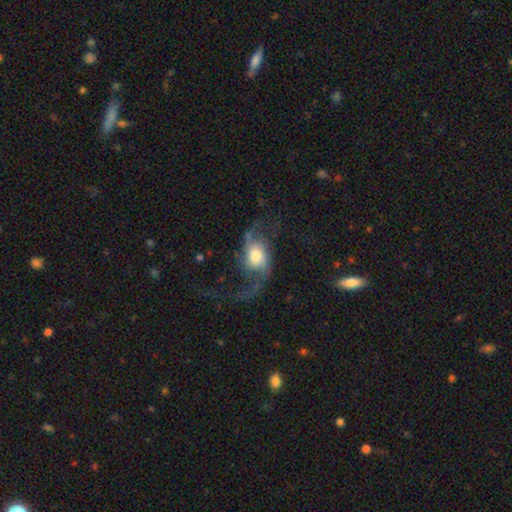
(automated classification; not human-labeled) A featured or disk galaxy (76%) with no bar (62%), 2 (84%) loose (76%) spiral arms (92%) and a moderate central bulge (42%).

Vote fractions:
- Smooth or featured? featured or disk: 76% / smooth: 17% / star or artifact: 7%
- Edge-on disk? no: 96% / yes: 4%
- Bar? no: 62% / weak: 30% / strong: 8%
- Spiral arms? yes: 92% / no: 8%
- Spiral winding? loose: 76% / medium: 20% / tight: 4%
- Spiral arm count? 2: 84% / 1: 6% / can't tell: 4% / 3: 3% / 4: 2% / more than 4: 2%
- Bulge size? moderate: 42% / large: 35% / small: 12% / dominant: 8% / none: 3%
- Merging? none: 47% / major disturbance: 36% / minor disturbance: 15% / merger: 3%